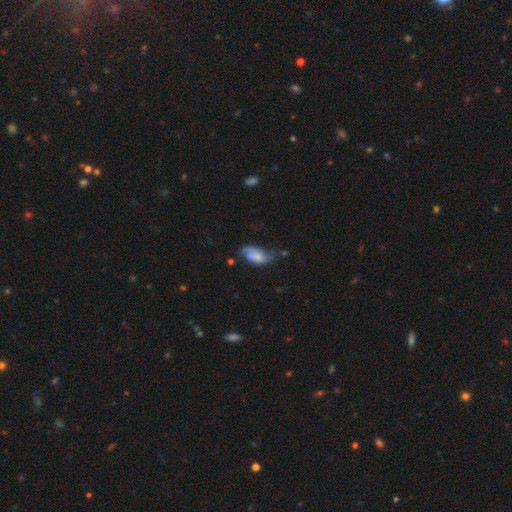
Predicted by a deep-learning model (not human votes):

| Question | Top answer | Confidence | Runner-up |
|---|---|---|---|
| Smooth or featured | smooth | 56% | featured or disk (36%) |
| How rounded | in between | 90% | cigar-shaped (6%) |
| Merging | none | 35% | tied: minor disturbance (35%) |